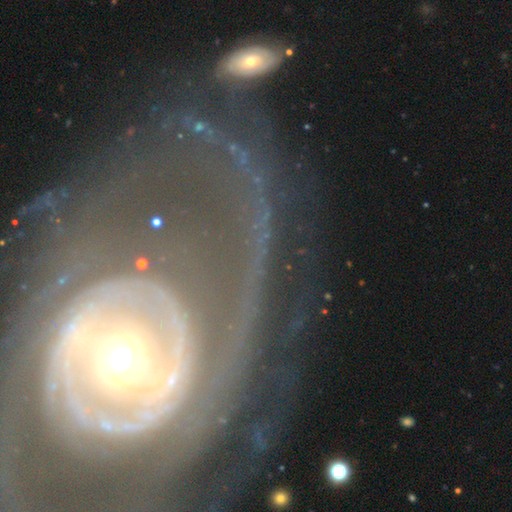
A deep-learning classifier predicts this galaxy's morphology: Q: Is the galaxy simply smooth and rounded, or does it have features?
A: featured or disk — 82%.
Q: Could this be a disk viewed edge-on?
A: no — 94%.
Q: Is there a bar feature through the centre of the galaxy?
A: no — 58%.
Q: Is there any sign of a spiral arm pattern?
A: yes — 72%.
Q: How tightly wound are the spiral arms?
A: tight — 60%.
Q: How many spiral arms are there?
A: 2 — 35%.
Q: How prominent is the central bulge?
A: moderate — 60%.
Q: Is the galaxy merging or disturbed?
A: none — 59%.